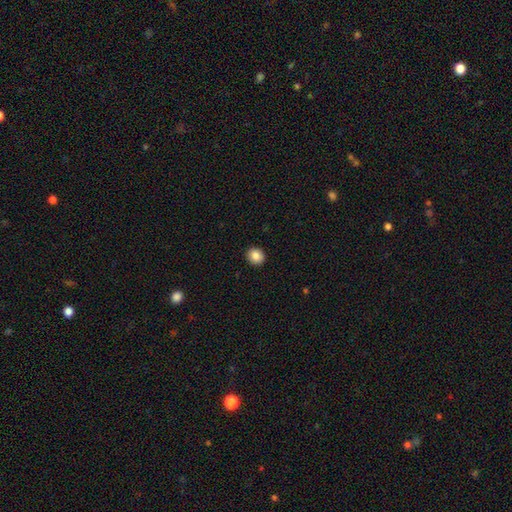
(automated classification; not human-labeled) smooth_or_featured: smooth (p=0.85) [alt: star or artifact p=0.09]
how_rounded: round (p=0.80) [alt: in between p=0.19]
merging: none (p=0.92) [alt: minor disturbance p=0.05]